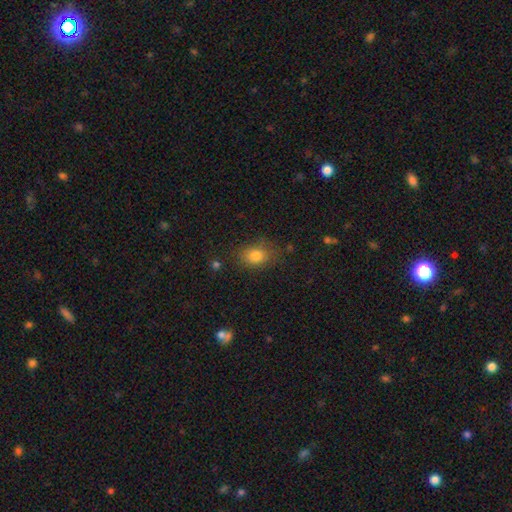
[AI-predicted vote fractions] A smooth galaxy with no disk features (81%) that is in between round and cigar-shaped (70%). Merging: none (74%).